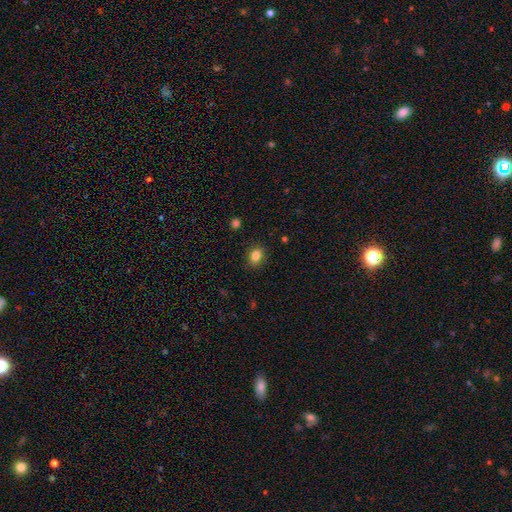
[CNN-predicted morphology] This appears to be a smooth galaxy with no disk features (84%) that is in between round and cigar-shaped (62%). Merging: none (88%).